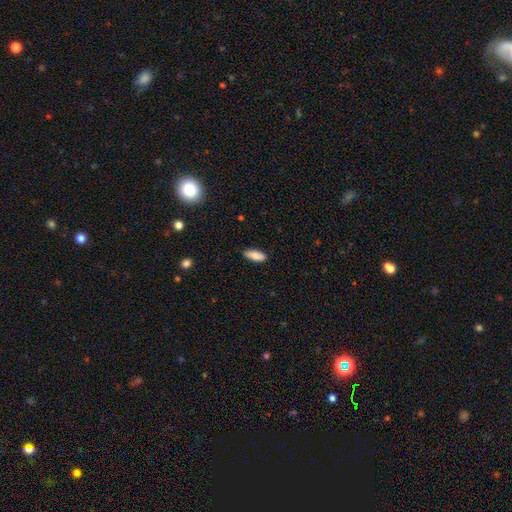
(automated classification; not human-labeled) A smooth galaxy with no disk features (87%) that is in between round and cigar-shaped (78%).

Vote fractions:
- Smooth or featured? smooth: 87% / star or artifact: 6% / featured or disk: 6%
- How rounded? in between: 78% / cigar-shaped: 20% / round: 2%
- Merging? none: 83% / minor disturbance: 14% / major disturbance: 2% / merger: 1%